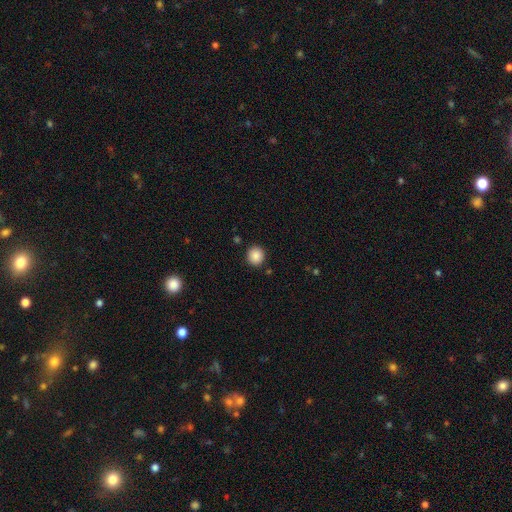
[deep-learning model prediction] Overall: smooth (88%). How rounded: round (91%). Merging: none (90%).